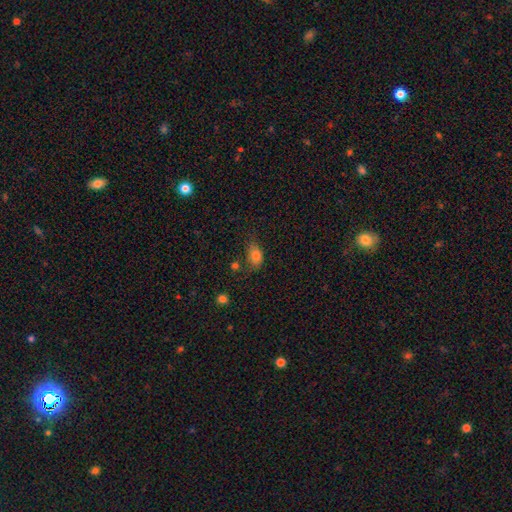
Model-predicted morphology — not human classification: This is clearly a smooth galaxy (81%). How rounded: likely in between (77%). Merging: possibly none (51%).